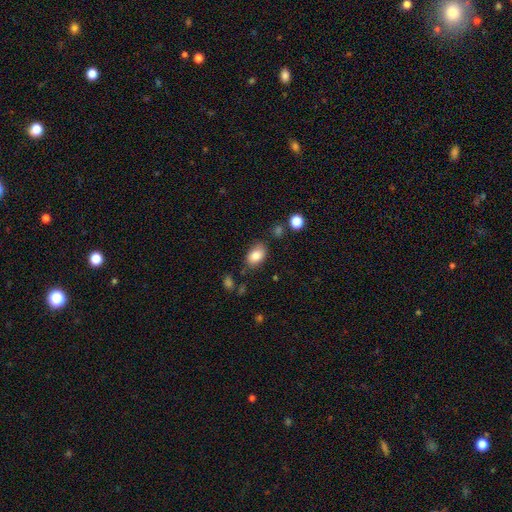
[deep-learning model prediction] This is clearly a smooth galaxy (84%). How rounded: clearly in between (86%). Merging: likely none (77%).